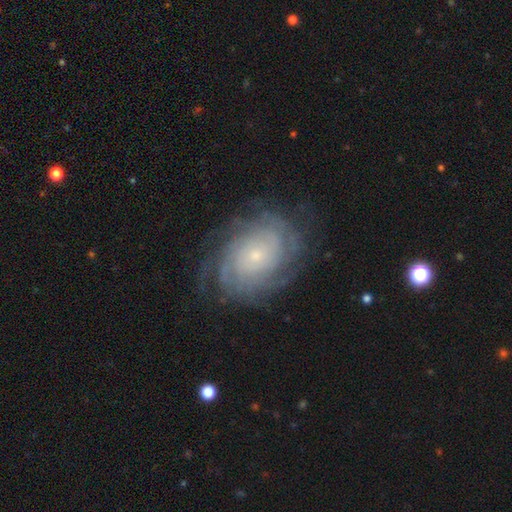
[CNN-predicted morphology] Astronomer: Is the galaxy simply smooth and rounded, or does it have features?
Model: featured or disk — 80%.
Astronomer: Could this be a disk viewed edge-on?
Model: no — 97%.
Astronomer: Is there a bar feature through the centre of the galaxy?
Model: no — 81%.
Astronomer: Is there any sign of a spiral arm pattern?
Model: yes — 94%.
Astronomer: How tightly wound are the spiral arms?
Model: tight — 76%.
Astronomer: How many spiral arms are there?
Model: can't tell — 45%.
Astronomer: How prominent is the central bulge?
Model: small — 77%.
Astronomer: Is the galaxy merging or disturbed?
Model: none — 76%.